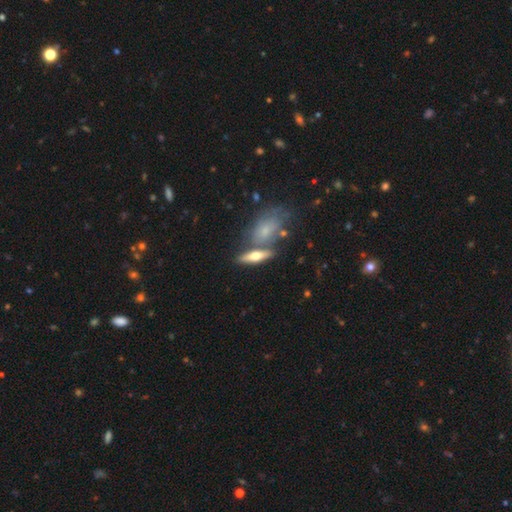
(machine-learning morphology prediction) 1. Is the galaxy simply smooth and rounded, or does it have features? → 52% smooth, 41% featured or disk, 7% star or artifact.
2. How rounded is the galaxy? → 51% cigar-shaped, 44% in between, 5% round.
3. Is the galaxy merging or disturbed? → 60% none, 24% merger, 12% minor disturbance, 4% major disturbance.